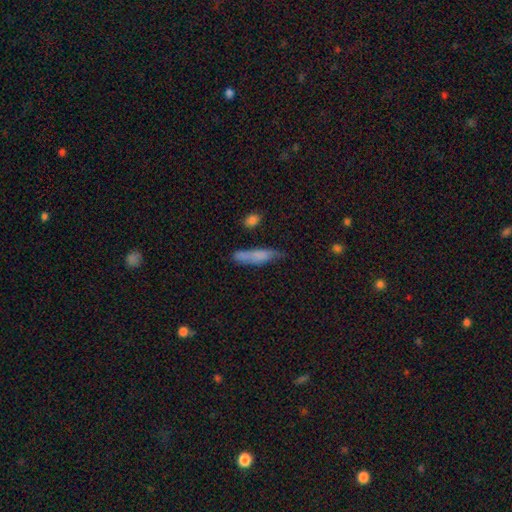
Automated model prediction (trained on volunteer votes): This is likely a smooth galaxy (73%). How rounded: likely cigar-shaped (78%). Merging: likely none (60%).